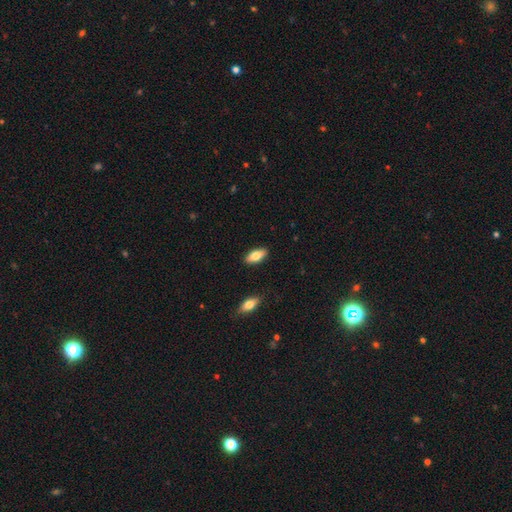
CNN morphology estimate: Smooth or featured: smooth — 74% (featured or disk — 19%)
How rounded: in between — 84% (cigar-shaped — 14%)
Merging: none — 89% (minor disturbance — 8%)